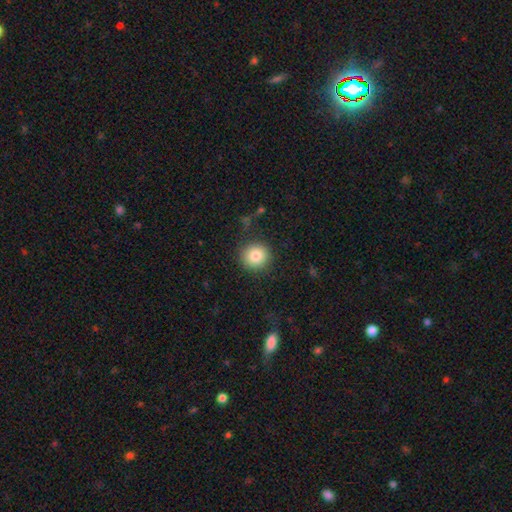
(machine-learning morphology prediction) This appears to be a smooth galaxy with no disk features (83%) that is round (91%). Merging: none (87%).